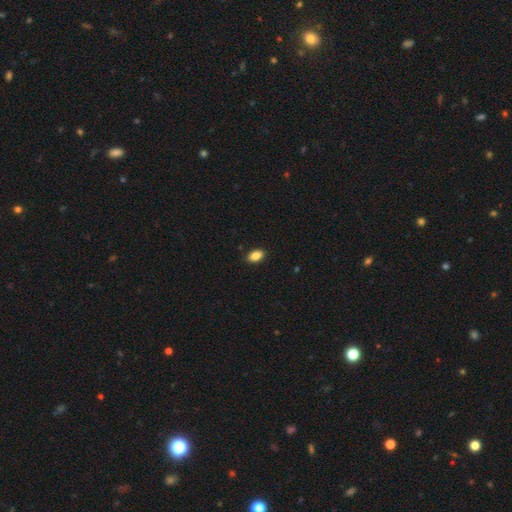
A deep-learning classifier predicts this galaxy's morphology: smooth 87%, star or artifact 8%, featured or disk 5%. Down the decision tree: how rounded — in between (91%); merging — none (89%).